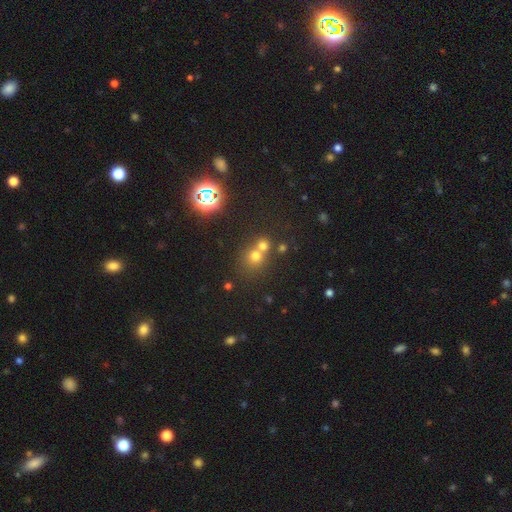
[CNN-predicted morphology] type=smooth (62%); roundness=round (84%); merging=merger (47%).